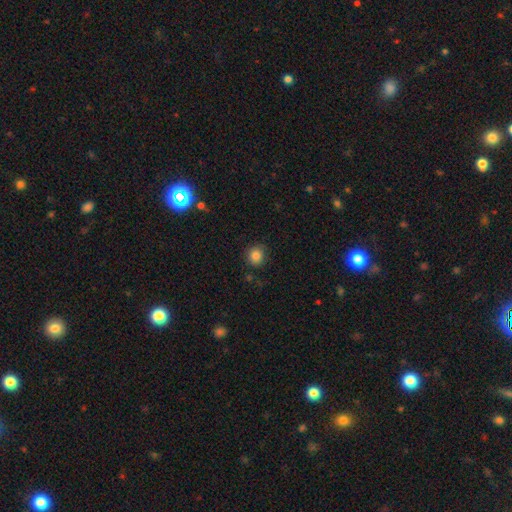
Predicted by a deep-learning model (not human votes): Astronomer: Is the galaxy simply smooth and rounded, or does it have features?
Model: smooth — 84%.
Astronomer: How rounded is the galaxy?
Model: round — 90%.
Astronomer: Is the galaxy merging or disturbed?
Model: none — 87%.